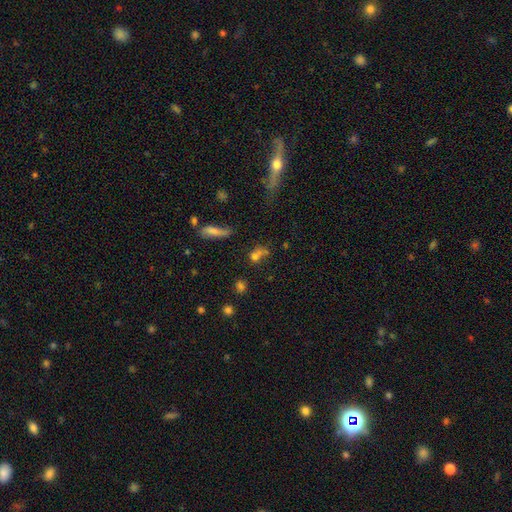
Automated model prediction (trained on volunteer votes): Smooth or featured? smooth (64%)
How rounded? round (56%)
Merging? merger (45%)